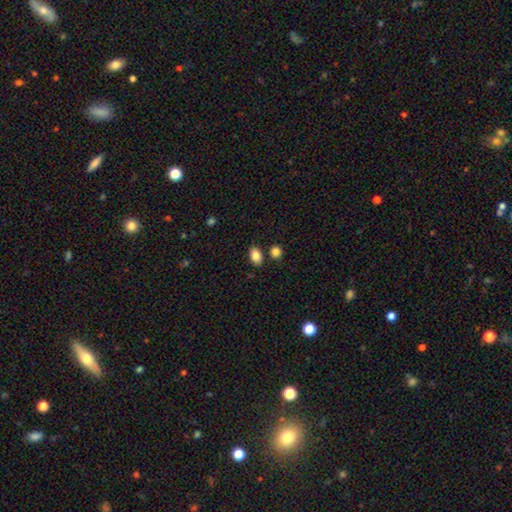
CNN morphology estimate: smooth 86%, star or artifact 9%, featured or disk 5%. Down the decision tree: how rounded — in between (81%); merging — none (80%).